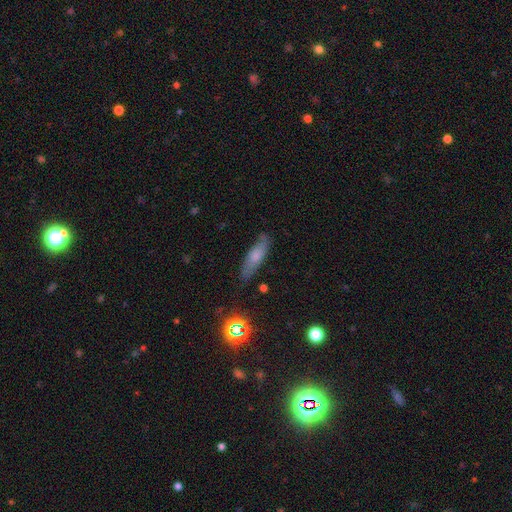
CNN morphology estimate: A smooth galaxy with no disk features (63%) that is cigar-shaped (58%).

Vote fractions:
- Smooth or featured? smooth: 63% / featured or disk: 27% / star or artifact: 11%
- How rounded? cigar-shaped: 58% / in between: 39% / round: 3%
- Merging? none: 77% / minor disturbance: 17% / major disturbance: 4% / merger: 2%